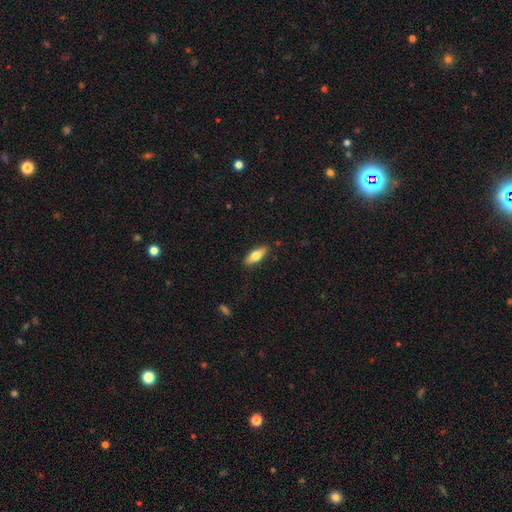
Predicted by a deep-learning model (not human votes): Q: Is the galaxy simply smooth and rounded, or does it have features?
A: smooth — 68%.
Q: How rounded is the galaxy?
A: in between — 64%.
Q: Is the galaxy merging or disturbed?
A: none — 87%.